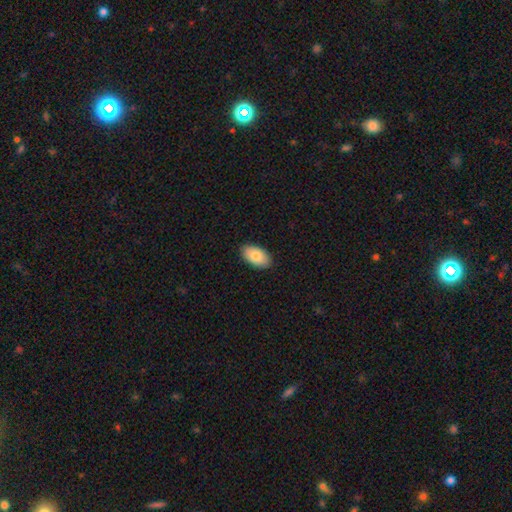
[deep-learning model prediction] Smooth or featured?
  - smooth: 84% *
  - featured or disk: 10%
  - star or artifact: 6%
How rounded?
  - in between: 95% *
  - round: 3%
  - cigar-shaped: 2%
Merging?
  - none: 89% *
  - minor disturbance: 9%
  - major disturbance: 2%
  - merger: 1%